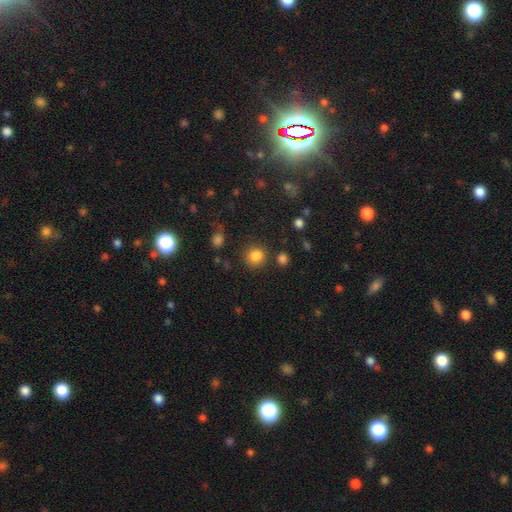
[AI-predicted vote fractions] This appears to be a smooth galaxy with no disk features (84%) that is round (87%). Merging: none (81%).